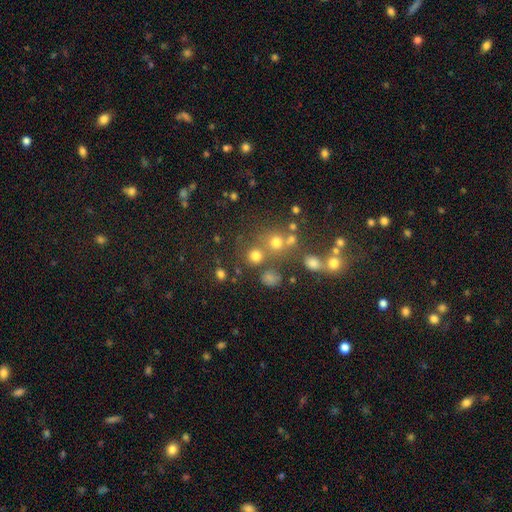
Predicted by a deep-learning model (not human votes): The model was most divided on "merging": none: 64%, merger: 21%, minor disturbance: 9%, major disturbance: 5%. More confident: how rounded — round (86%); smooth or featured — smooth (74%).